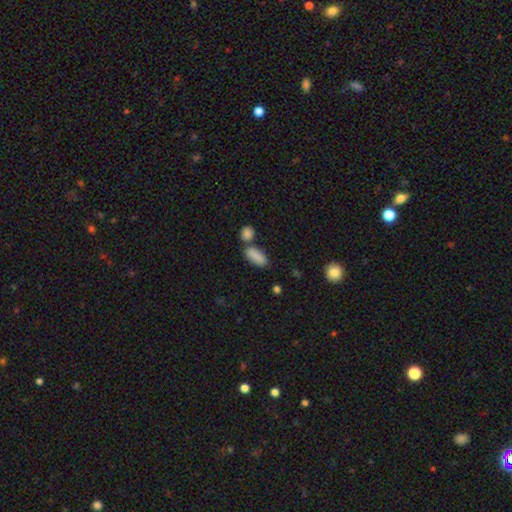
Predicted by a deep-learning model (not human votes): Smooth or featured: smooth — 87% (star or artifact — 8%)
How rounded: in between — 79% (cigar-shaped — 18%)
Merging: none — 60% (merger — 23%)